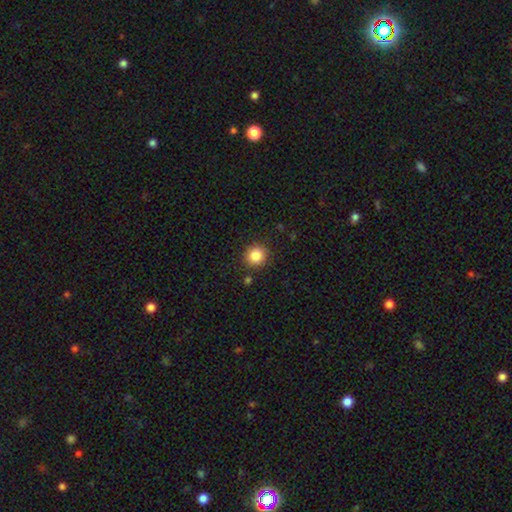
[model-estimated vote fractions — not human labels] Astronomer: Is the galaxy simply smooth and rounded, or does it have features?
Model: smooth — 85%.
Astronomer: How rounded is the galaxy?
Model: round — 91%.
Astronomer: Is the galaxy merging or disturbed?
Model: none — 87%.